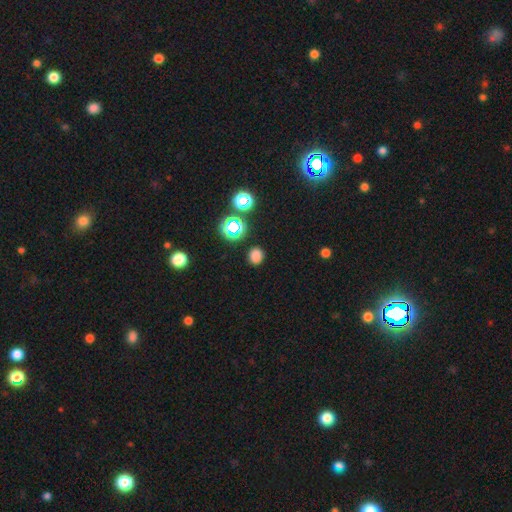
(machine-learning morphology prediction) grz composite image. It shows a smooth galaxy with no disk features (76%) that is round (74%). Merging: none (88%).